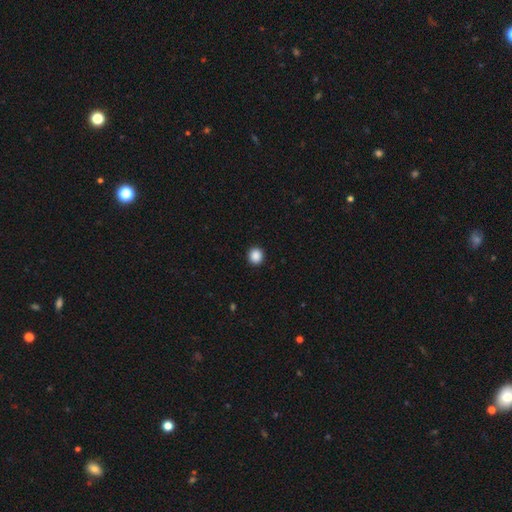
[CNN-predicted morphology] A smooth galaxy with no disk features (88%) that is round (91%).

Vote fractions:
- Smooth or featured? smooth: 88% / star or artifact: 9% / featured or disk: 2%
- How rounded? round: 91% / in between: 8% / cigar-shaped: 1%
- Merging? none: 93% / minor disturbance: 4% / major disturbance: 2% / merger: 1%